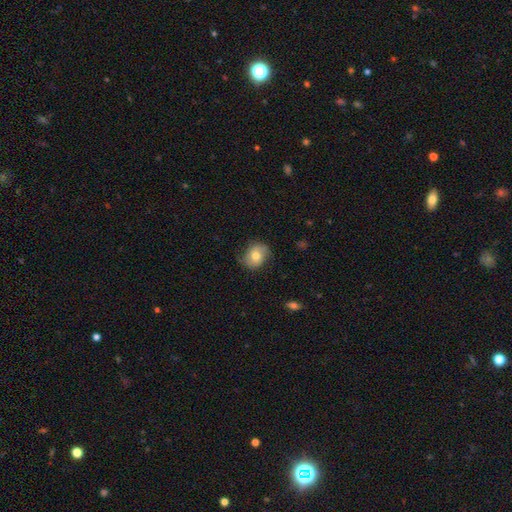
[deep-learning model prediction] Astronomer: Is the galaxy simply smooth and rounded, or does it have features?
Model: smooth — 60%.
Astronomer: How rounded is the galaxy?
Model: round — 52% (runner-up: in between, 47%).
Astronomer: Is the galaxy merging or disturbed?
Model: none — 72%.